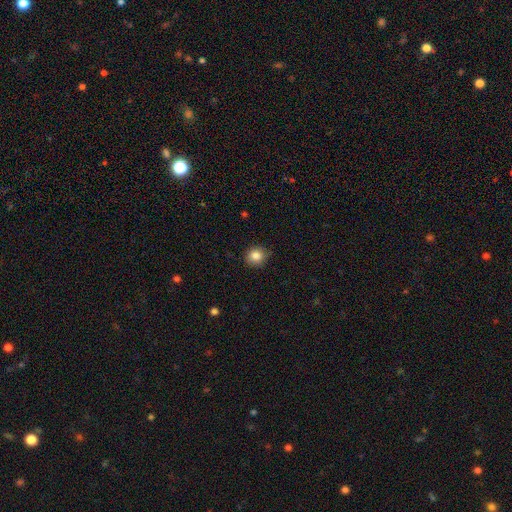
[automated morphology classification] Smooth or featured: smooth — 85% (star or artifact — 10%)
How rounded: round — 88% (in between — 11%)
Merging: none — 84% (minor disturbance — 13%)